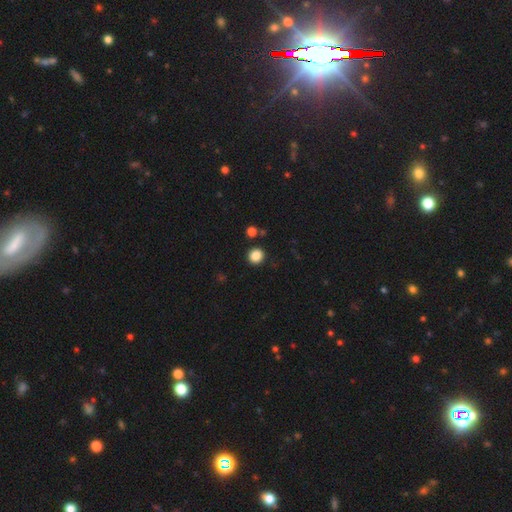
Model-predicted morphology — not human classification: smooth-or-featured: smooth: 86% | star or artifact: 11% | featured or disk: 3%
  how-rounded: round: 91% | in between: 8% | cigar-shaped: 1%
  merging: none: 89% | minor disturbance: 6% | merger: 3% | major disturbance: 2%